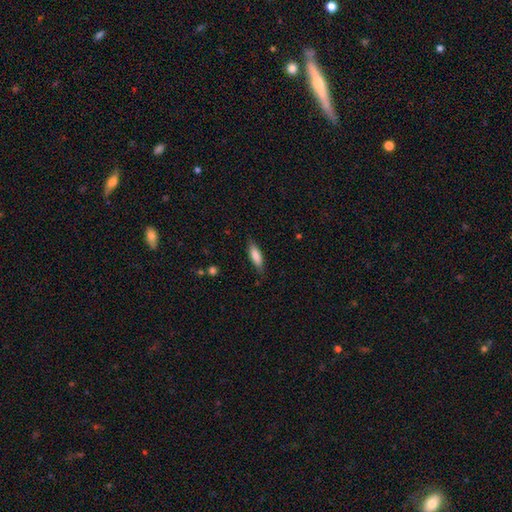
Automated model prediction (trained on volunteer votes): Smooth or featured? Predicted: smooth (p=0.81). How rounded? Predicted: in between (p=0.49, tied with cigar-shaped). Merging? Predicted: none (p=0.81).